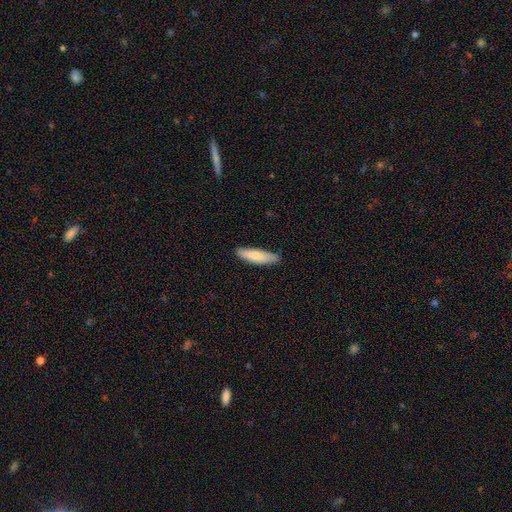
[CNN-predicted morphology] Smooth or featured: smooth — 80% (featured or disk — 14%)
How rounded: cigar-shaped — 70% (in between — 29%)
Merging: none — 79% (minor disturbance — 17%)